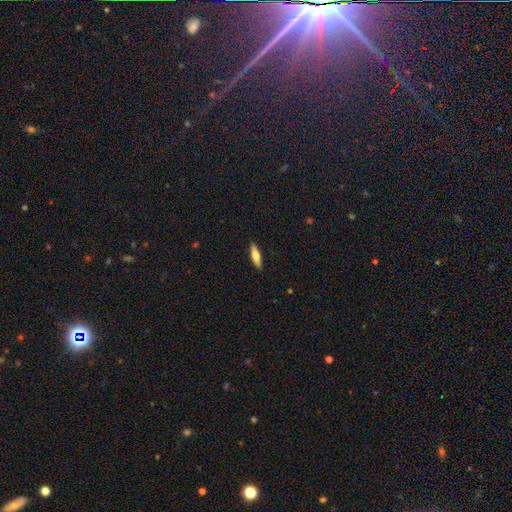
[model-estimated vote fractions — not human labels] This appears to be a smooth galaxy with no disk features (66%) that is cigar-shaped (66%). Merging: none (91%).